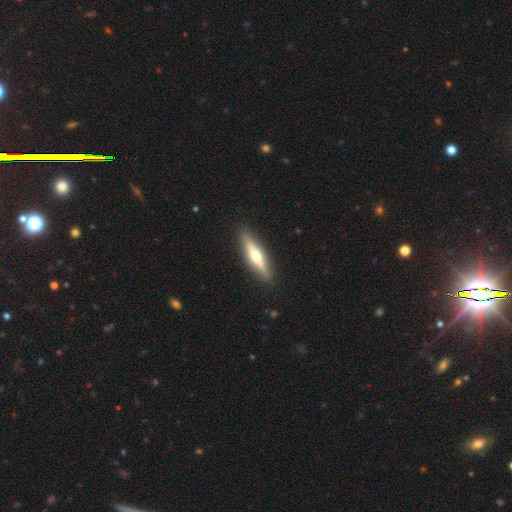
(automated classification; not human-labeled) Q: Smooth or featured?
A: featured or disk (61%); runner-up: smooth (34%)
Q: Edge-on disk?
A: yes (95%); runner-up: no (5%)
Q: Edge-on bulge?
A: rounded (92%); runner-up: none (4%)
Q: Merging?
A: none (90%); runner-up: minor disturbance (7%)